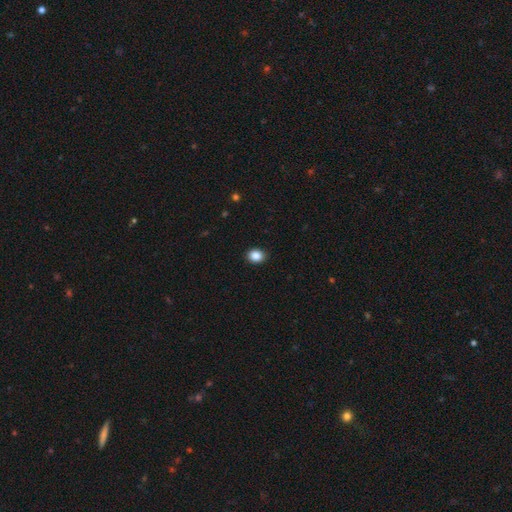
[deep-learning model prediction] This appears to be a smooth galaxy with no disk features (87%) that is in between round and cigar-shaped (52%). Merging: none (91%).